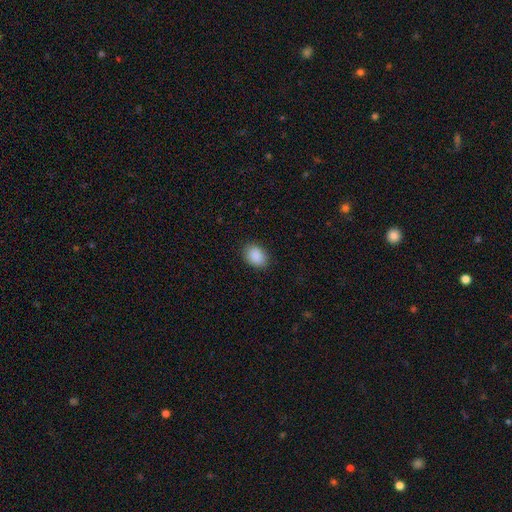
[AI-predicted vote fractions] Q: Smooth or featured?
A: smooth (90%); runner-up: star or artifact (7%)
Q: How rounded?
A: in between (76%); runner-up: round (23%)
Q: Merging?
A: none (88%); runner-up: minor disturbance (9%)